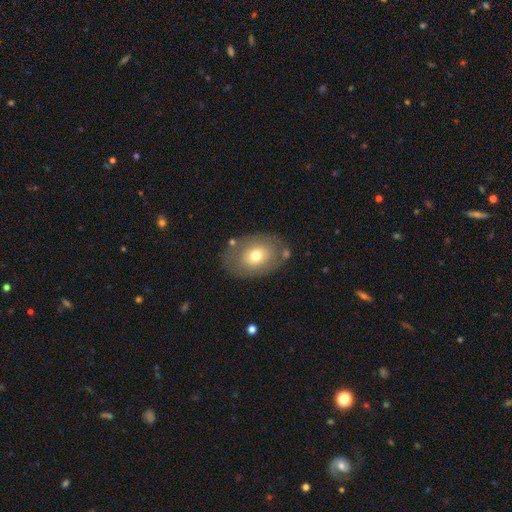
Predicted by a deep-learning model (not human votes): The model was most divided on "smooth or featured": smooth: 64%, featured or disk: 28%, star or artifact: 8%. More confident: how rounded — in between (77%); merging — none (74%).